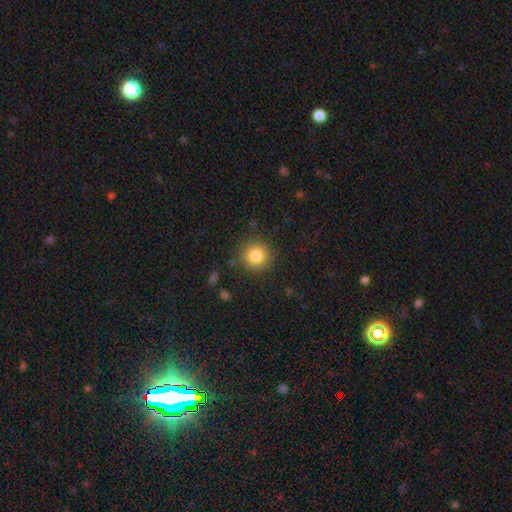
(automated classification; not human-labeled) This appears to be a smooth galaxy with no disk features (83%) that is round (93%). Merging: none (87%).